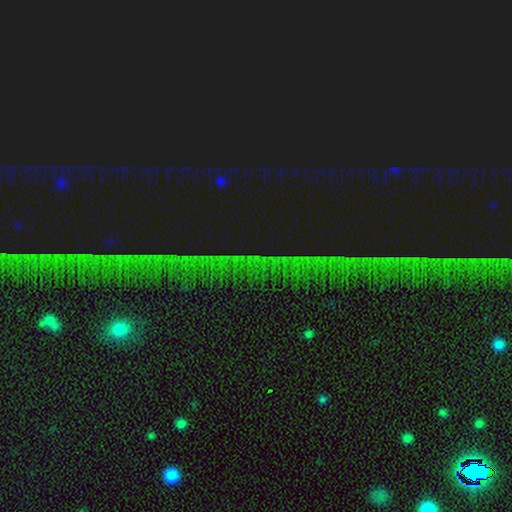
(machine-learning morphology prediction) Smooth or featured: star or artifact — 80% (smooth — 11%)